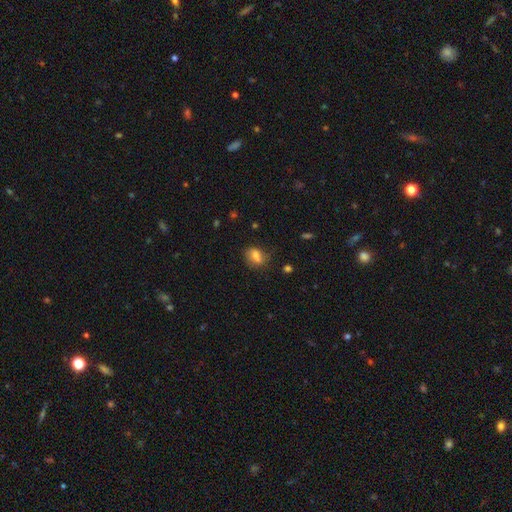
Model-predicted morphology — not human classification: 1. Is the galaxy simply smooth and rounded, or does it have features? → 71% smooth, 18% featured or disk, 11% star or artifact.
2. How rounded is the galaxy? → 65% in between, 32% round, 3% cigar-shaped.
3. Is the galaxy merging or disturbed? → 57% none, 24% minor disturbance, 11% merger, 8% major disturbance.